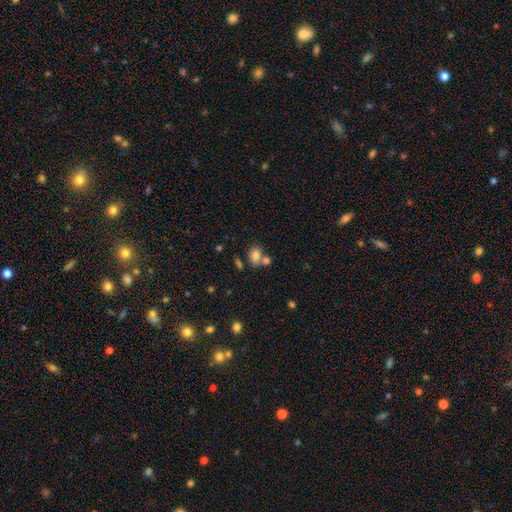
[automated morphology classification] Overall: smooth (80%). How rounded: in between (75%). Merging: none (49%; merger 34%).